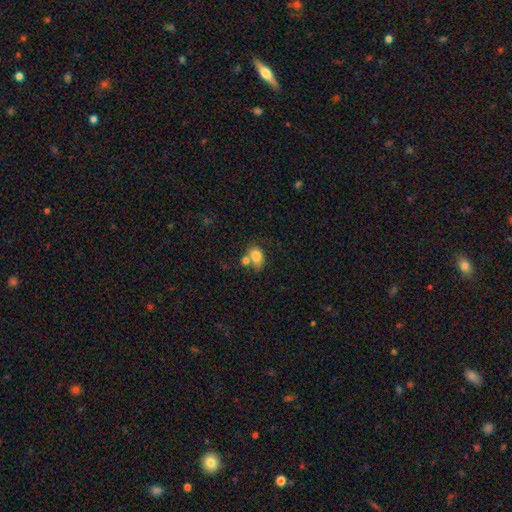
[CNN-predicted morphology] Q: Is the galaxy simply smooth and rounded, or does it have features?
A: smooth — 79%.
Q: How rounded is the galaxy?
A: in between — 68%.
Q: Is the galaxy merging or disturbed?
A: merger — 43%.